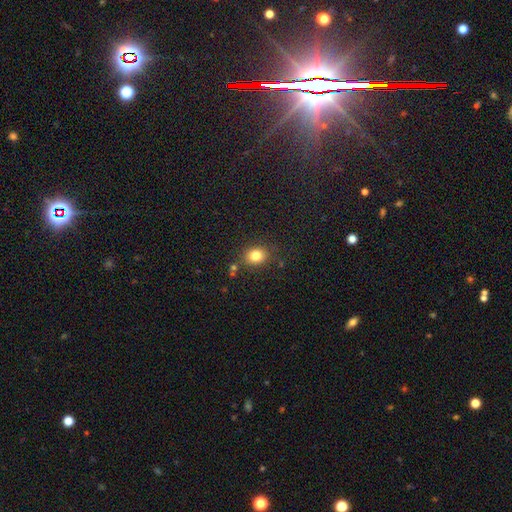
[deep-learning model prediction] Overall: smooth (82%). How rounded: round (55%; in between 44%). Merging: none (81%).